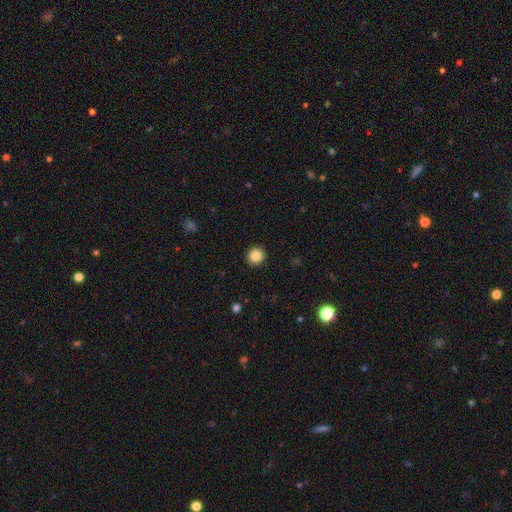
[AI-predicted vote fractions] Smooth or featured: smooth — 85% (star or artifact — 10%)
How rounded: round — 95% (in between — 4%)
Merging: none — 93% (minor disturbance — 5%)